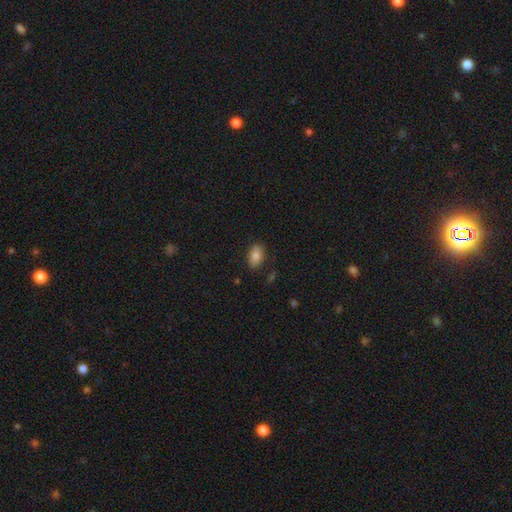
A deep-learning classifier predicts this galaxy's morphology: Q: Smooth or featured?
A: smooth (83%); runner-up: featured or disk (9%)
Q: How rounded?
A: in between (91%); runner-up: round (7%)
Q: Merging?
A: none (83%); runner-up: minor disturbance (12%)